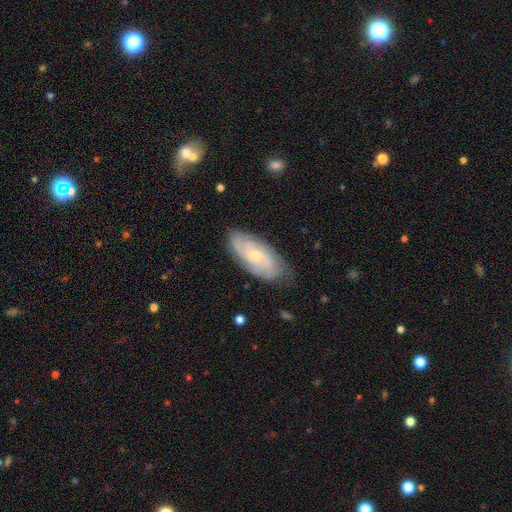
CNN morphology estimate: smooth-or-featured: featured or disk: 76% | smooth: 18% | star or artifact: 6%
  disk-edge-on: no: 93% | yes: 7%
    bar: no: 66% | weak: 29% | strong: 5%
    has-spiral-arms: yes: 95% | no: 5%
      spiral-winding: tight: 57% | medium: 34% | loose: 9%
      spiral-arm-count: can't tell: 30% | 3: 25% | 2: 24% | 4: 12% | more than 4: 4% | 1: 4%
    bulge-size: small: 66% | moderate: 29% | none: 2% | large: 1% | dominant: 1%
  merging: none: 78% | minor disturbance: 18% | major disturbance: 4% | merger: 1%